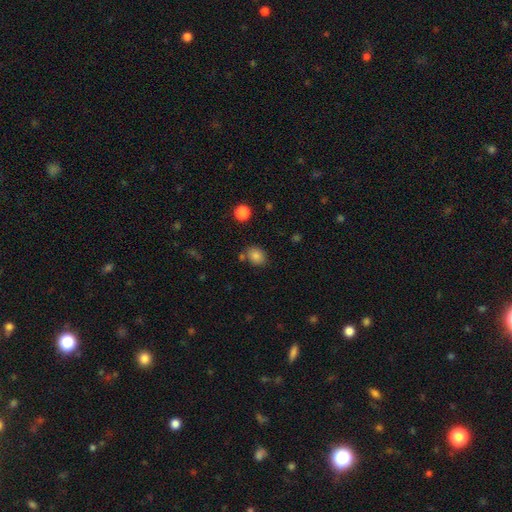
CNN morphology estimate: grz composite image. It shows a smooth galaxy with no disk features (84%) that is in between round and cigar-shaped (51%). Merging: none (73%).